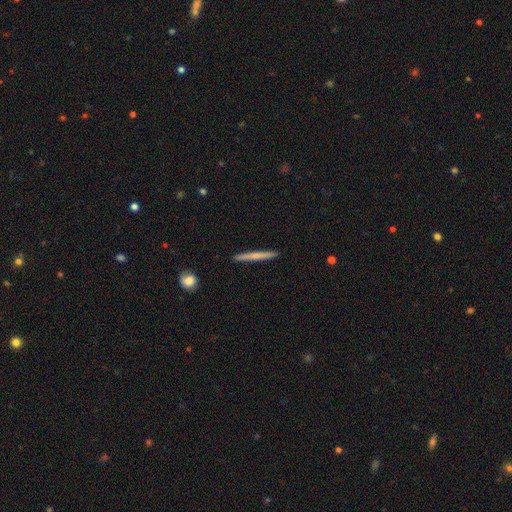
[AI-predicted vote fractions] A smooth galaxy with no disk features (55%) that is cigar-shaped (97%). Merging: none (92%).